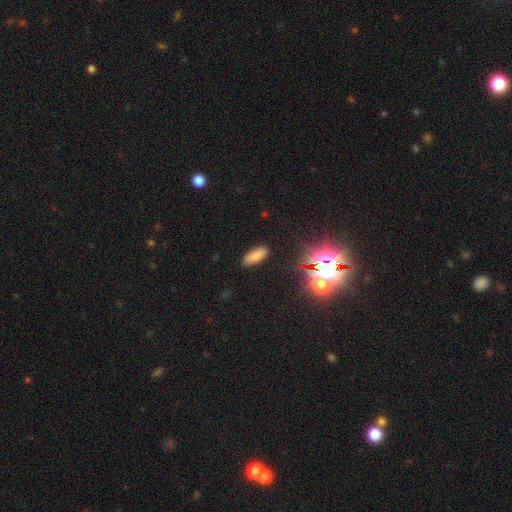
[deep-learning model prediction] A smooth galaxy with no disk features (75%) that is in between round and cigar-shaped (78%). Merging: none (86%).